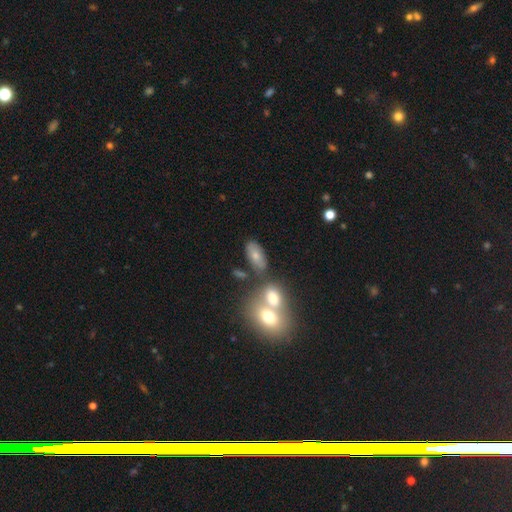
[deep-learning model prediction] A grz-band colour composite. It shows a smooth galaxy with no disk features (69%) that is in between round and cigar-shaped (88%). Merging: none (58%).